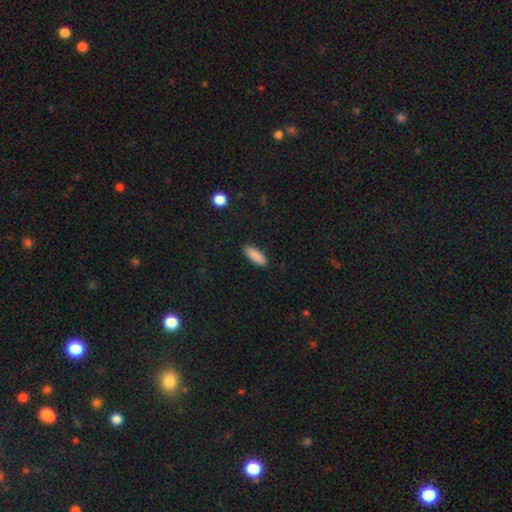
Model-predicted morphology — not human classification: Smooth or featured?
  - smooth: 89% *
  - star or artifact: 6%
  - featured or disk: 5%
How rounded?
  - in between: 63% *
  - cigar-shaped: 35%
  - round: 2%
Merging?
  - none: 89% *
  - minor disturbance: 8%
  - major disturbance: 2%
  - merger: 1%